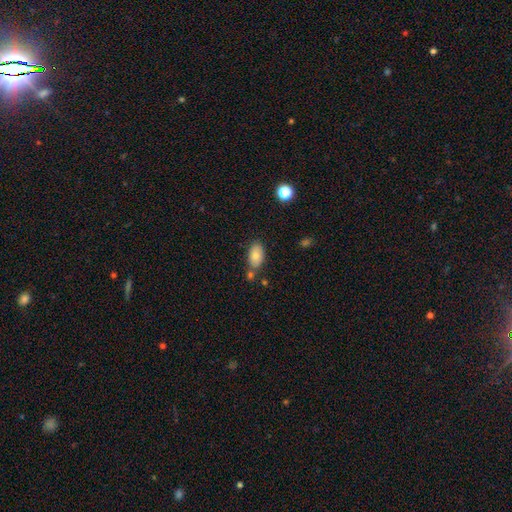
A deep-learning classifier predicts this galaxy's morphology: type=smooth (82%); roundness=in between (93%); merging=none (68%).